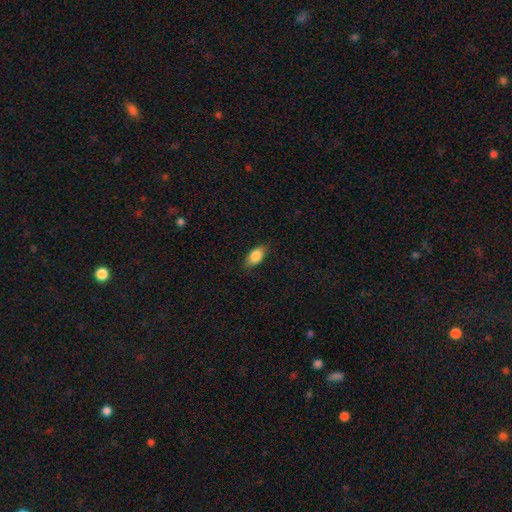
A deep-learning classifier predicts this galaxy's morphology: This appears to be a smooth galaxy with no disk features (83%) that is in between round and cigar-shaped (88%). Merging: none (82%).